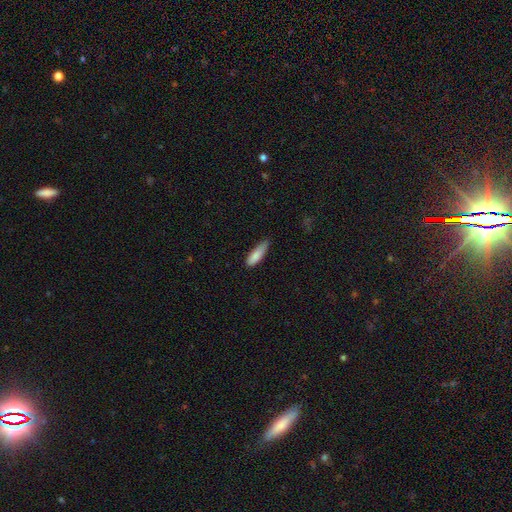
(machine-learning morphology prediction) The model was most divided on "how rounded": in between: 50%, cigar-shaped: 48%, round: 2%. More confident: smooth or featured — smooth (86%); merging — none (60%).